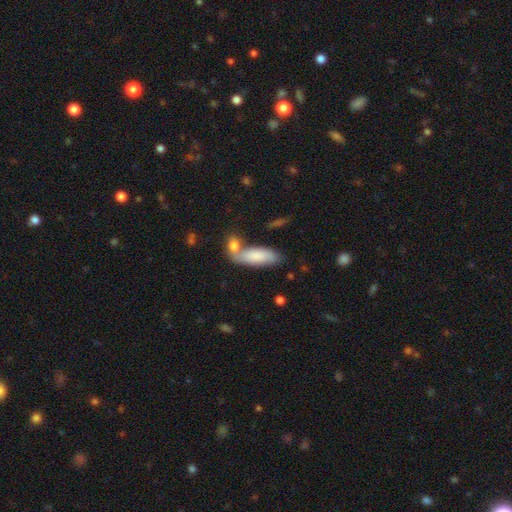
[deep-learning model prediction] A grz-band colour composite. It shows a smooth galaxy with no disk features (79%) that is in between round and cigar-shaped (66%). Merging: none (48%).